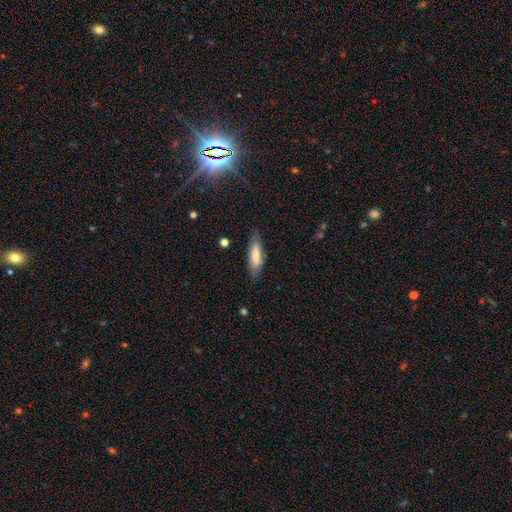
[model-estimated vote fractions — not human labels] This appears to be a smooth galaxy with no disk features (72%) that is cigar-shaped (57%). Merging: none (79%).